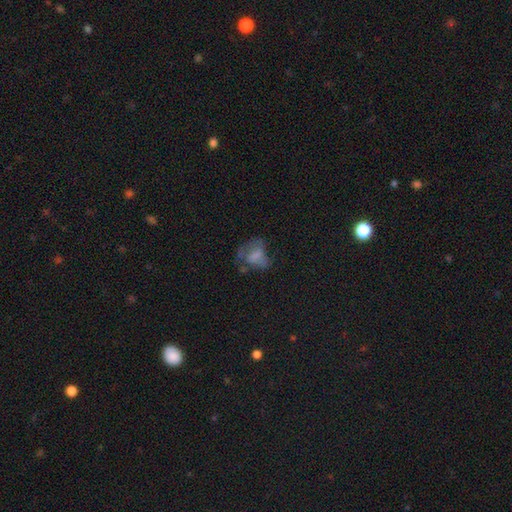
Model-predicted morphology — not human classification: Q: Smooth or featured?
A: smooth (53%); runner-up: featured or disk (33%)
Q: How rounded?
A: in between (71%); runner-up: round (27%)
Q: Merging?
A: major disturbance (42%); runner-up: none (28%)